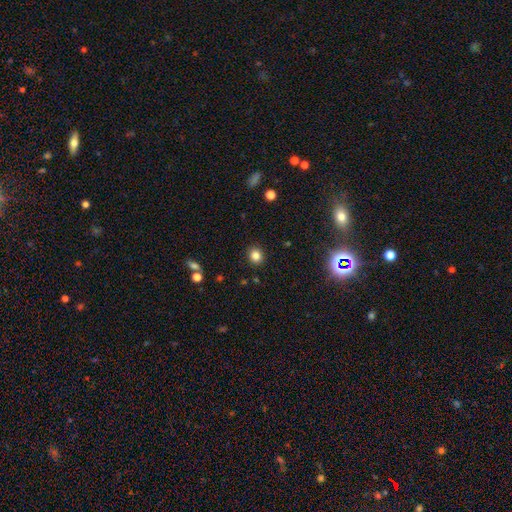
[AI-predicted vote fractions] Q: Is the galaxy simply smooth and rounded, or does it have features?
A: smooth — 82%.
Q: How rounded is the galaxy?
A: round — 79%.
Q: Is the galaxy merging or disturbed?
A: none — 90%.